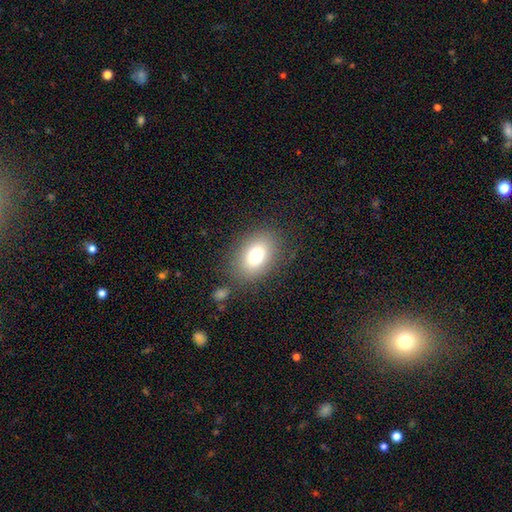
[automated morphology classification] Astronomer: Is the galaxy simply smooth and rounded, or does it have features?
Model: smooth — 78%.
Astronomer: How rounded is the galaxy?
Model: in between — 80%.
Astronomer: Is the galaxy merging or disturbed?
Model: none — 80%.